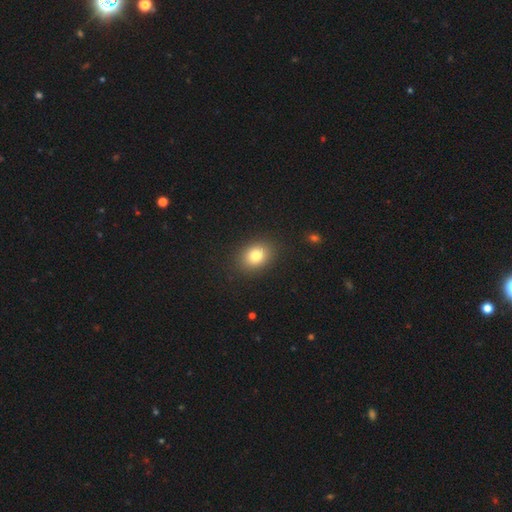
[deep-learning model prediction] A smooth galaxy with no disk features (80%) that is in between round and cigar-shaped (54%).

Vote fractions:
- Smooth or featured? smooth: 80% / star or artifact: 11% / featured or disk: 9%
- How rounded? in between: 54% / round: 45% / cigar-shaped: 1%
- Merging? none: 89% / minor disturbance: 7% / major disturbance: 3% / merger: 1%